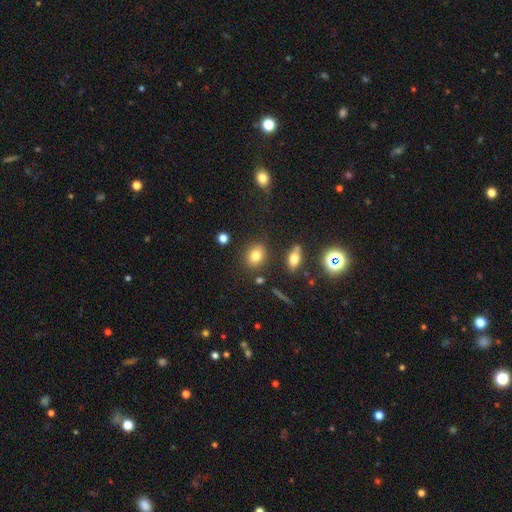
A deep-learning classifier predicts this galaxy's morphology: Q: Smooth or featured?
A: smooth (78%); runner-up: star or artifact (12%)
Q: How rounded?
A: round (51%); runner-up: in between (47%)
Q: Merging?
A: none (81%); runner-up: minor disturbance (11%)